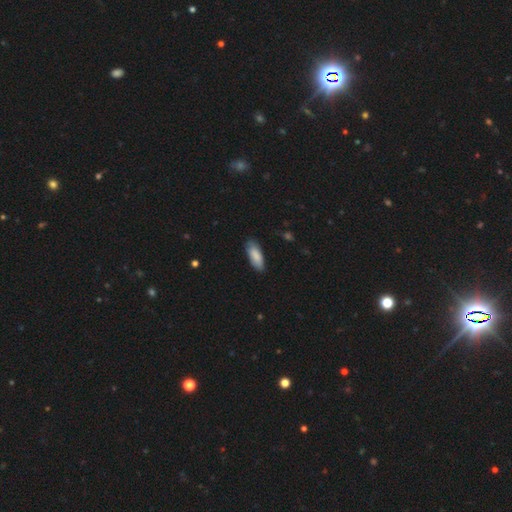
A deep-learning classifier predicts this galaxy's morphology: The model was most divided on "how rounded": in between: 74%, cigar-shaped: 24%, round: 2%. More confident: smooth or featured — smooth (85%); merging — none (79%).